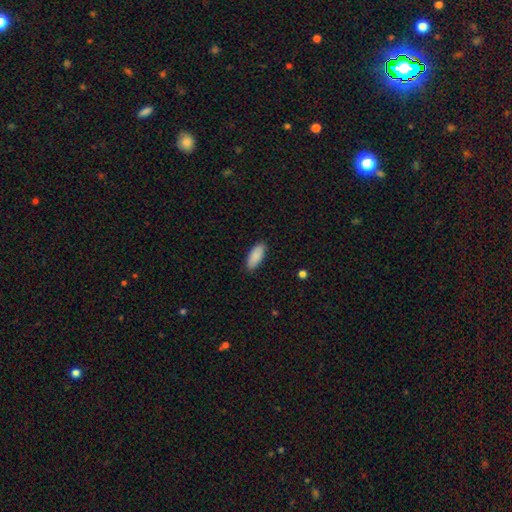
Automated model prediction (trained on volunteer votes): Overall: smooth (89%). How rounded: in between (85%). Merging: none (87%).